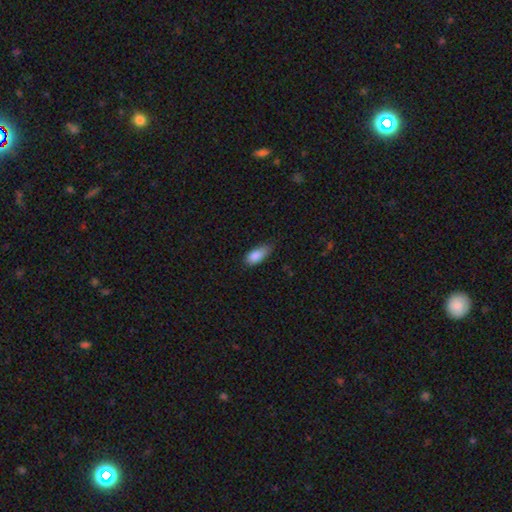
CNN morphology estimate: Smooth or featured: smooth — 86% (star or artifact — 8%)
How rounded: in between — 86% (cigar-shaped — 11%)
Merging: none — 57% (minor disturbance — 35%)